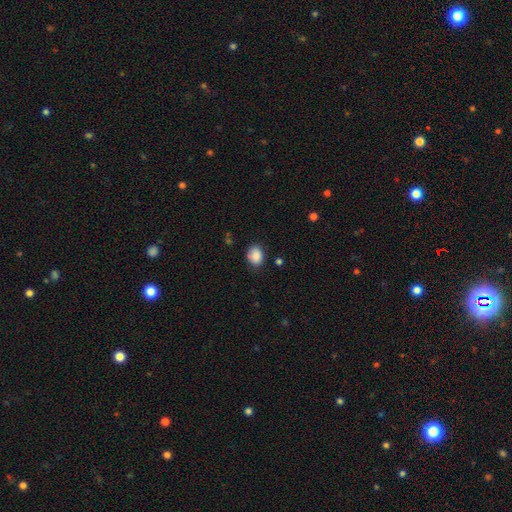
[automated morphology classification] type=smooth (87%); roundness=in between (61%); merging=none (74%).